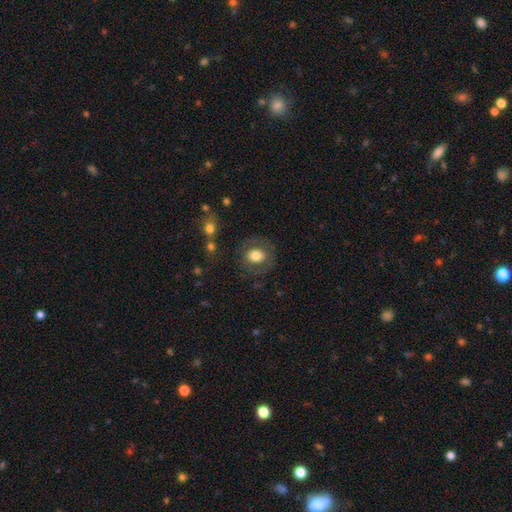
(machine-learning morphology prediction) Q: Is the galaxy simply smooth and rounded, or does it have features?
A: smooth — 68%.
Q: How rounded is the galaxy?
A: round — 69%.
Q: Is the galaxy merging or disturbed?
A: none — 75%.